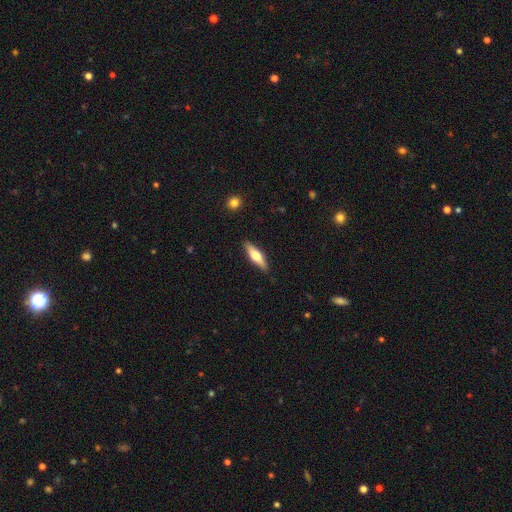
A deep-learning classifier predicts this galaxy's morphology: A smooth galaxy with no disk features (49%).

Vote fractions:
- Smooth or featured? smooth: 49% / featured or disk: 46% / star or artifact: 6%
- Merging? none: 88% / minor disturbance: 9% / major disturbance: 2% / merger: 1%